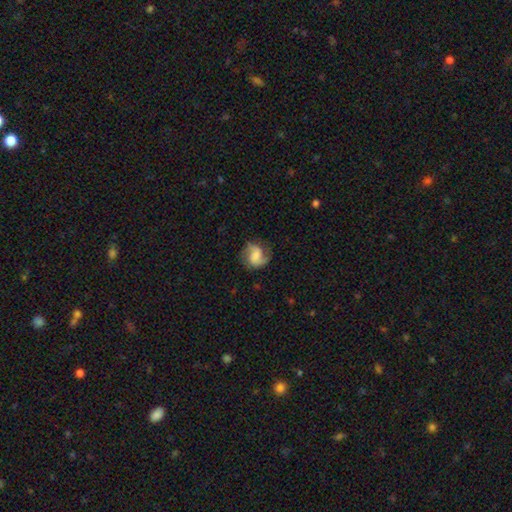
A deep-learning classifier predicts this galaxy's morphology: Smooth or featured? featured or disk (70%)
Edge-on disk? no (98%)
Bar? weak (44%)
Spiral arms? yes (94%)
Spiral winding? medium (47%)
Spiral arm count? 2 (81%)
Bulge size? none (32%)
Merging? none (71%)